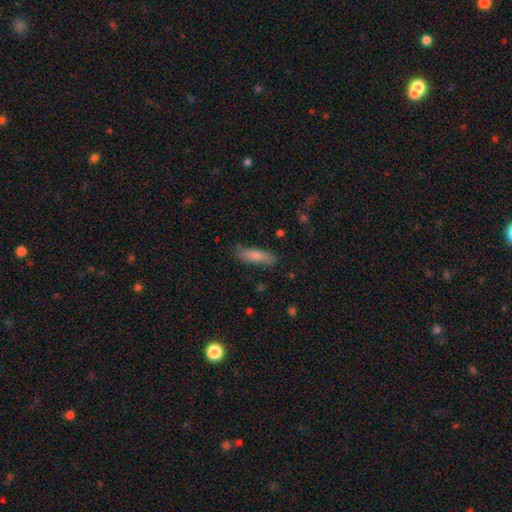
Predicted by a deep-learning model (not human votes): A smooth galaxy with no disk features (77%) that is cigar-shaped (64%). Merging: none (78%).